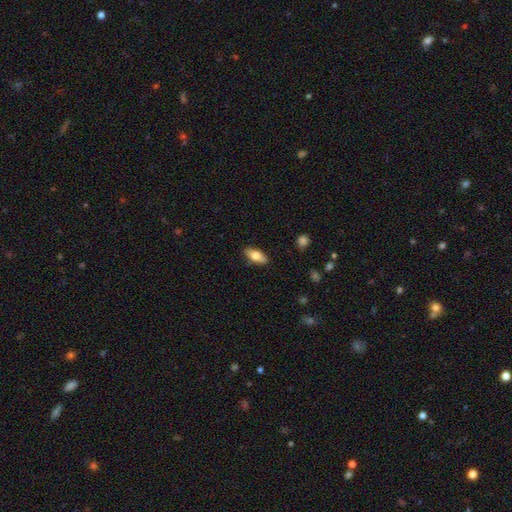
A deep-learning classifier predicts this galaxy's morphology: Smooth or featured?
  - smooth: 77% *
  - featured or disk: 16%
  - star or artifact: 6%
How rounded?
  - in between: 84% *
  - cigar-shaped: 14%
  - round: 3%
Merging?
  - none: 86% *
  - minor disturbance: 11%
  - major disturbance: 2%
  - merger: 1%